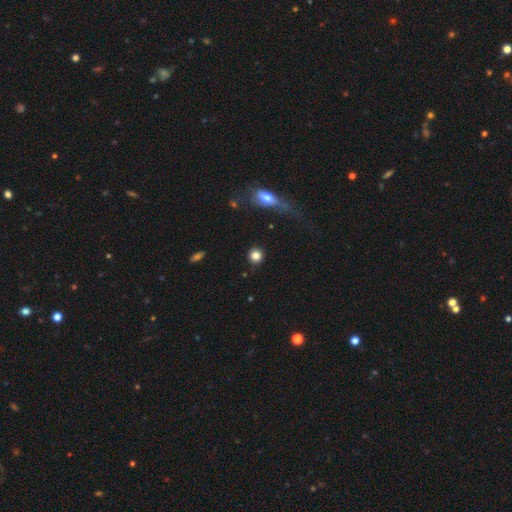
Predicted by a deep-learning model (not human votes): This is clearly a smooth galaxy (84%). How rounded: clearly round (91%). Merging: clearly none (88%).